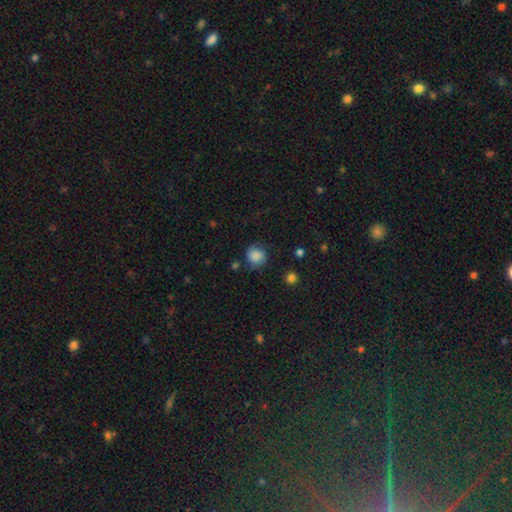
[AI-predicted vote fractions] Smooth or featured: smooth — 71% (featured or disk — 19%)
How rounded: round — 81% (in between — 18%)
Merging: none — 68% (minor disturbance — 21%)